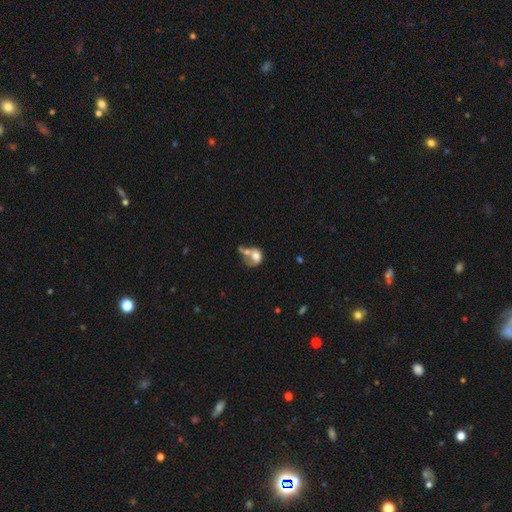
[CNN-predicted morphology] Smooth or featured: smooth — 63% (featured or disk — 26%)
How rounded: in between — 61% (round — 38%)
Merging: merger — 54% (major disturbance — 19%)